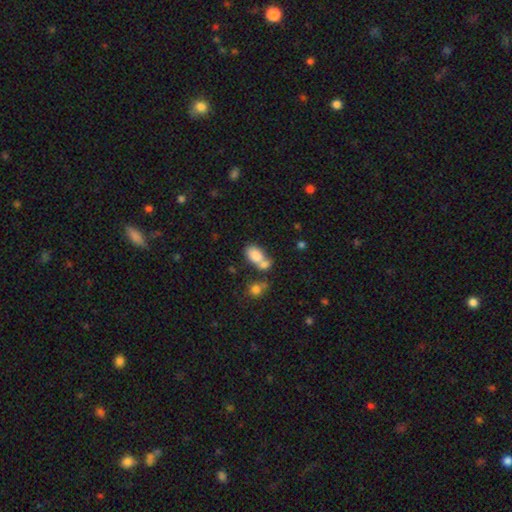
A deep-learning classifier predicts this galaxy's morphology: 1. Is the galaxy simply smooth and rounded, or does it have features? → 81% smooth, 9% star or artifact, 9% featured or disk.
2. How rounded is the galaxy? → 88% in between, 10% round, 2% cigar-shaped.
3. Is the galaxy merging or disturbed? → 47% merger, 35% none, 12% minor disturbance, 6% major disturbance.